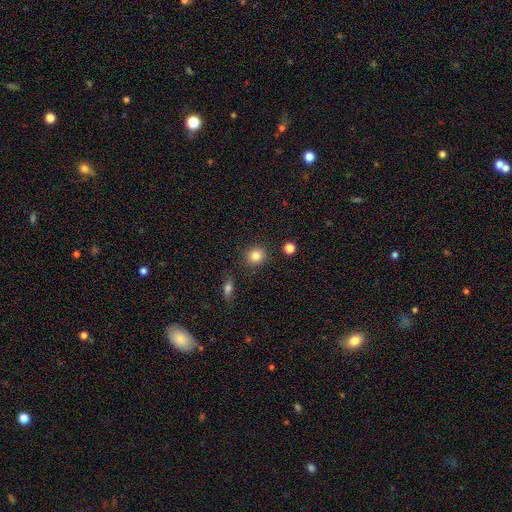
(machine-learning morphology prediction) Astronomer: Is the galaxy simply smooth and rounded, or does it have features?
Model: smooth — 84%.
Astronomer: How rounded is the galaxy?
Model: round — 85%.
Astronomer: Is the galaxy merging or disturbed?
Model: none — 84%.